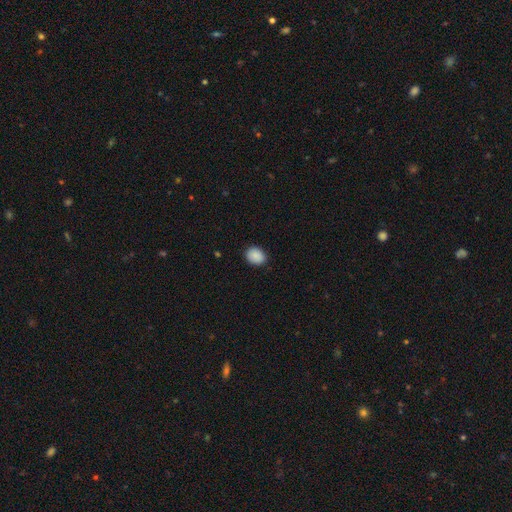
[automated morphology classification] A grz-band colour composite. It shows a smooth galaxy with no disk features (90%) that is in between round and cigar-shaped (56%). Merging: none (88%).